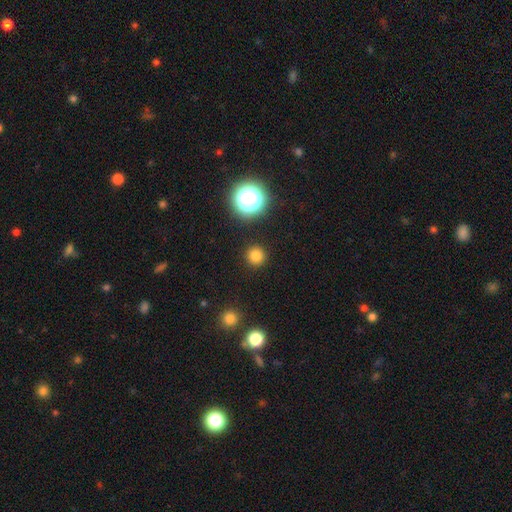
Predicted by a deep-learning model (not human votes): Smooth or featured: smooth — 79% (star or artifact — 16%)
How rounded: round — 95% (in between — 4%)
Merging: none — 91% (minor disturbance — 5%)